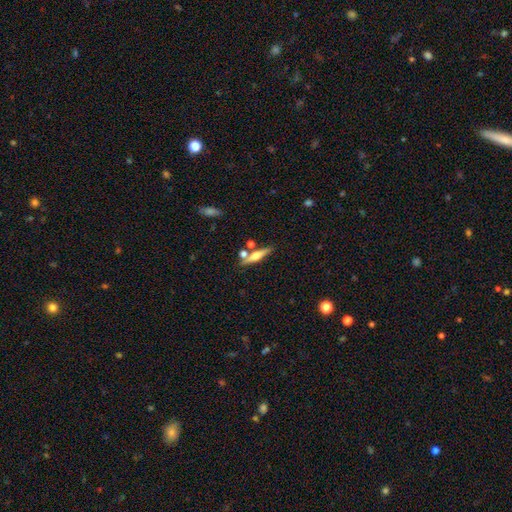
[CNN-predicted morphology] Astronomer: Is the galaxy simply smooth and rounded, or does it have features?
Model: featured or disk — 51% (runner-up: smooth, 42%).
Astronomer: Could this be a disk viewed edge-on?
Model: yes — 93%.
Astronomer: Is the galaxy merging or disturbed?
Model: none — 71%.